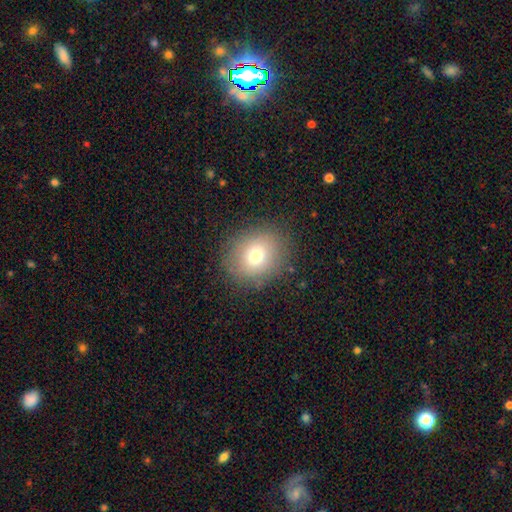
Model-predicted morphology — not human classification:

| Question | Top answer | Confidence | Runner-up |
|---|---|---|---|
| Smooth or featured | smooth | 74% | featured or disk (13%) |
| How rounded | round | 72% | in between (27%) |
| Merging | none | 86% | minor disturbance (10%) |